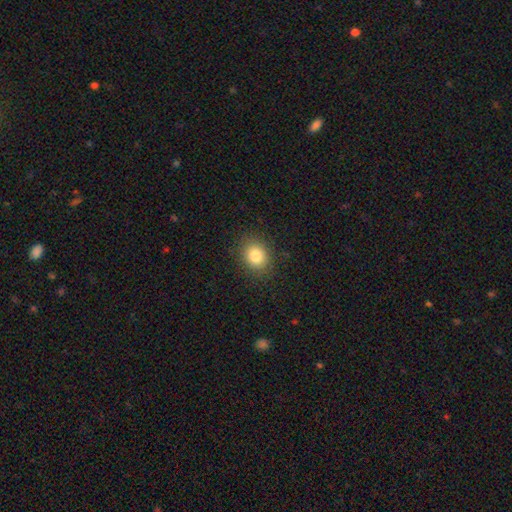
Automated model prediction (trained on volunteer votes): smooth 83%, star or artifact 11%, featured or disk 7%. Down the decision tree: how rounded — round (59%); merging — none (88%).